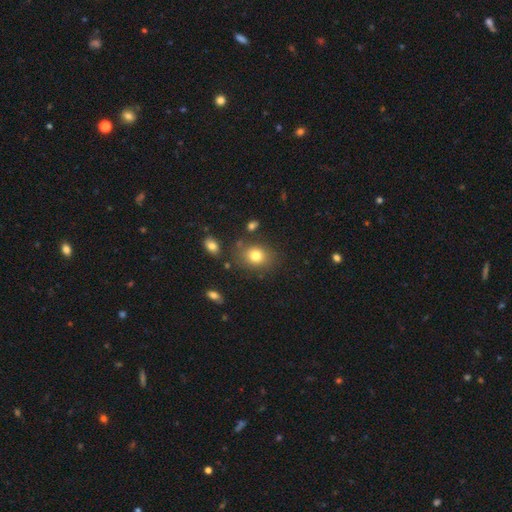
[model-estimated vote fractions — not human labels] The model was most divided on "how rounded": round: 55%, in between: 44%, cigar-shaped: 1%. More confident: smooth or featured — smooth (79%); merging — none (78%).